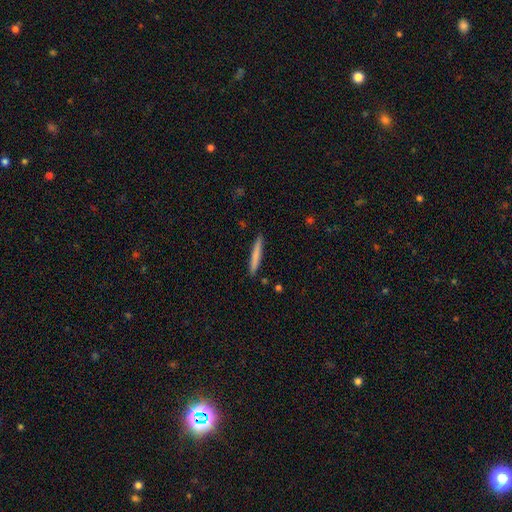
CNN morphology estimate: type=smooth (75%); roundness=cigar-shaped (96%); merging=none (90%).